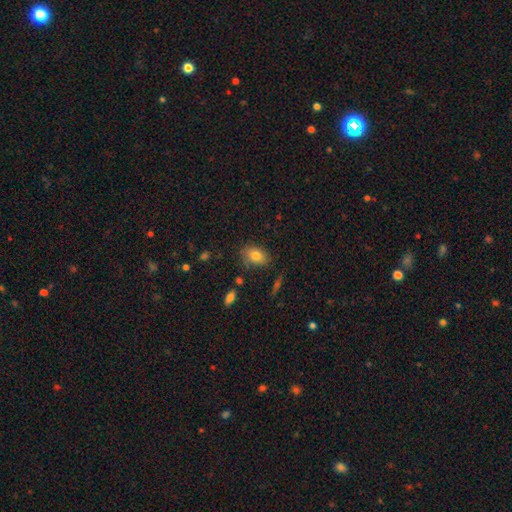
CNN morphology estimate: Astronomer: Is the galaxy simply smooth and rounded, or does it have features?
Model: smooth — 79%.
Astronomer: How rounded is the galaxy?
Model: in between — 82%.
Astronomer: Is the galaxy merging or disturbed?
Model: none — 75%.